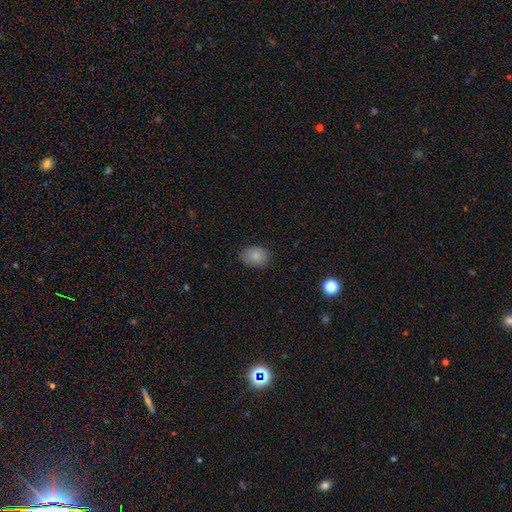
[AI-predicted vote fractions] This is clearly a smooth galaxy (84%). How rounded: likely in between (67%). Merging: clearly none (83%).